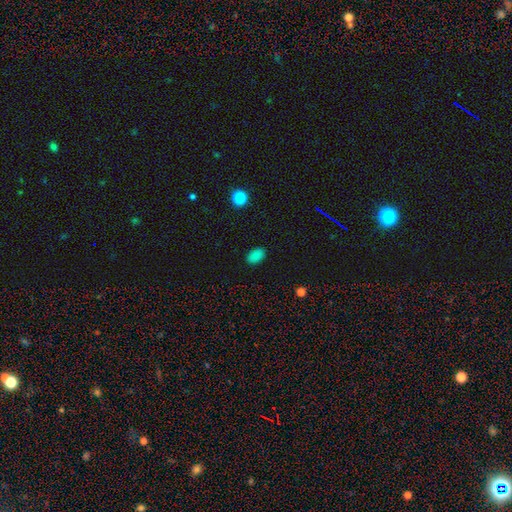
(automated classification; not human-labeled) Smooth or featured?
  - smooth: 84% *
  - star or artifact: 13%
  - featured or disk: 3%
How rounded?
  - in between: 87% *
  - round: 11%
  - cigar-shaped: 1%
Merging?
  - none: 88% *
  - minor disturbance: 9%
  - major disturbance: 2%
  - merger: 1%